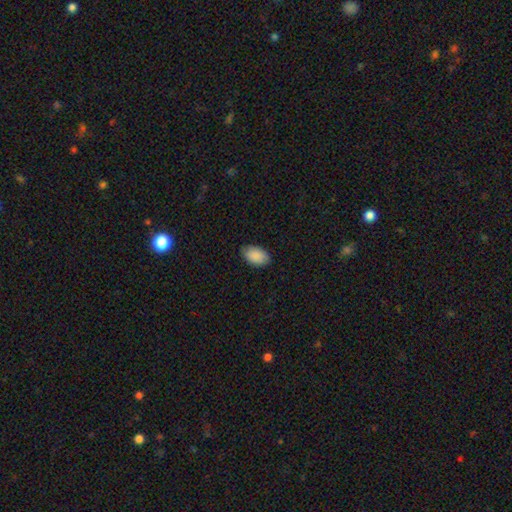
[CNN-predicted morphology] Smooth or featured? Predicted: smooth (p=0.90). How rounded? Predicted: in between (p=0.93). Merging? Predicted: none (p=0.84).